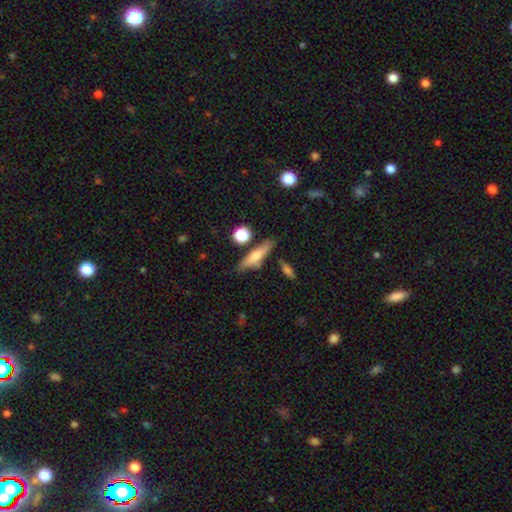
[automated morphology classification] A smooth galaxy with no disk features (61%) that is cigar-shaped (69%). Merging: none (74%).